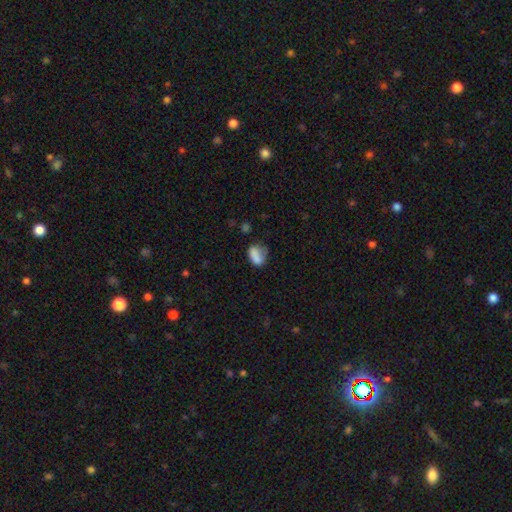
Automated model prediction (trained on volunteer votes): smooth-or-featured: smooth: 79% | featured or disk: 10% | star or artifact: 10%
  how-rounded: in between: 79% | round: 17% | cigar-shaped: 3%
  merging: none: 46% | minor disturbance: 31% | major disturbance: 16% | merger: 7%